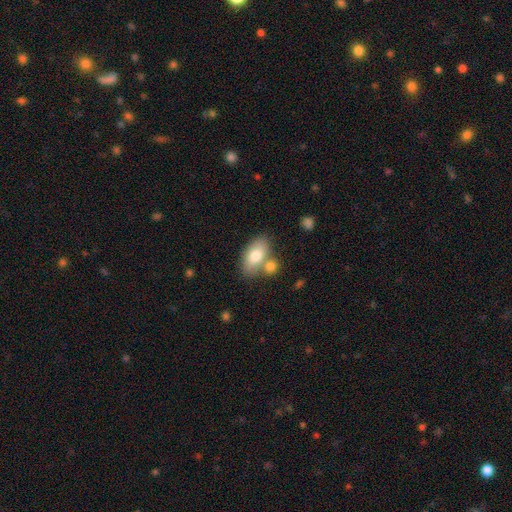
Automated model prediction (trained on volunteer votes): Morphology: type=smooth (76%); roundness=in between (91%); merging=none (58%).